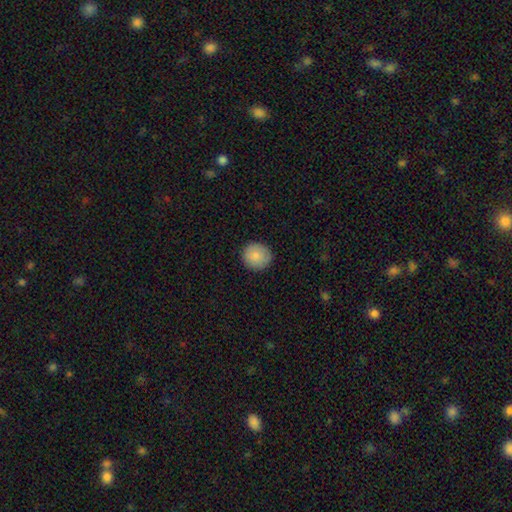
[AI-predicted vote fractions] smooth_or_featured: smooth (p=0.87) [alt: star or artifact p=0.07]
how_rounded: round (p=0.91) [alt: in between p=0.08]
merging: none (p=0.90) [alt: minor disturbance p=0.07]